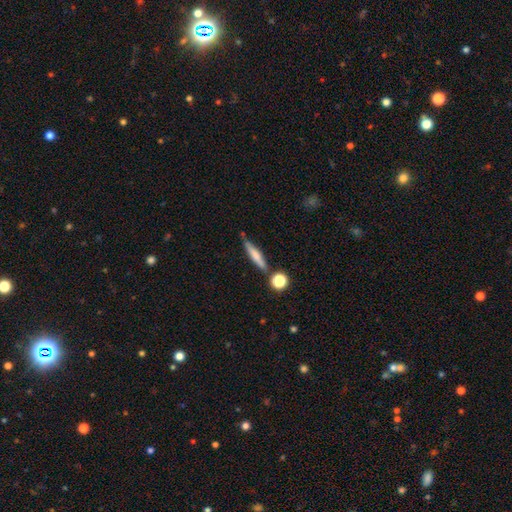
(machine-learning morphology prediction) Smooth or featured: smooth — 63% (featured or disk — 30%)
How rounded: cigar-shaped — 86% (in between — 11%)
Merging: none — 72% (minor disturbance — 15%)